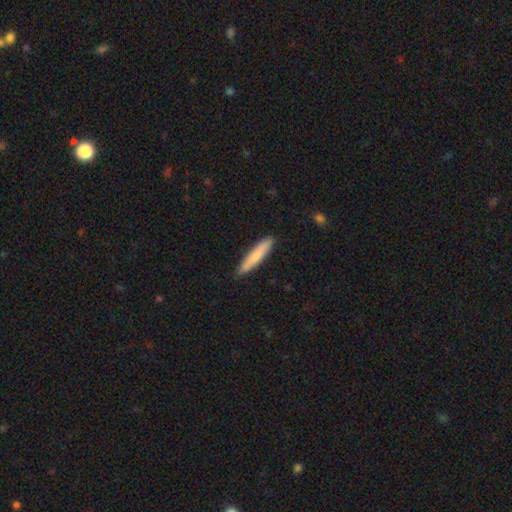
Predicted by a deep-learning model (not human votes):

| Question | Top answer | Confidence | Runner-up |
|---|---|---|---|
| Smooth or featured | smooth | 78% | featured or disk (17%) |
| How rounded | cigar-shaped | 91% | in between (8%) |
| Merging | none | 89% | minor disturbance (8%) |